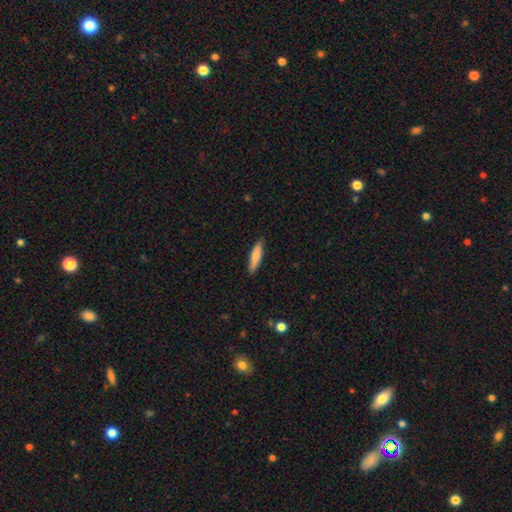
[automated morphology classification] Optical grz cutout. It shows a smooth galaxy with no disk features (79%) that is cigar-shaped (79%). Merging: none (87%).